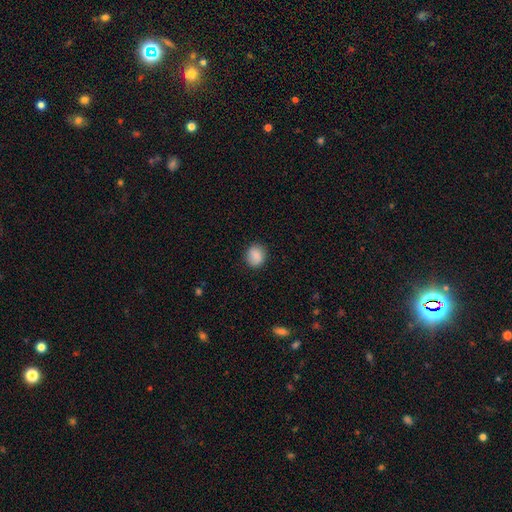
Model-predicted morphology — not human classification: type=smooth (87%); roundness=round (70%); merging=none (86%).